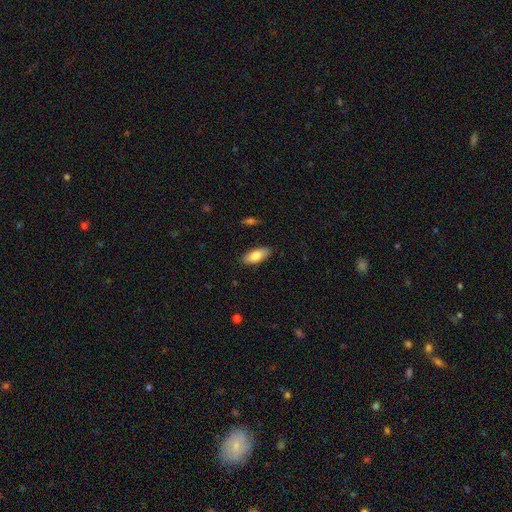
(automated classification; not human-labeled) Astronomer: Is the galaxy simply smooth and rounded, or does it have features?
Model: smooth — 80%.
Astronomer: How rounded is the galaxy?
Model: in between — 80%.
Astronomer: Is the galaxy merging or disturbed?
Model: none — 87%.